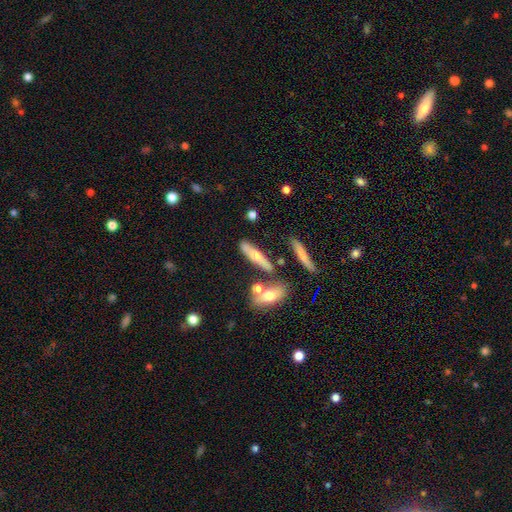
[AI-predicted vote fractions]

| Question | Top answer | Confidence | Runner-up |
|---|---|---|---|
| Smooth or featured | smooth | 54% | featured or disk (38%) |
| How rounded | cigar-shaped | 69% | in between (26%) |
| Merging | none | 64% | merger (16%) |